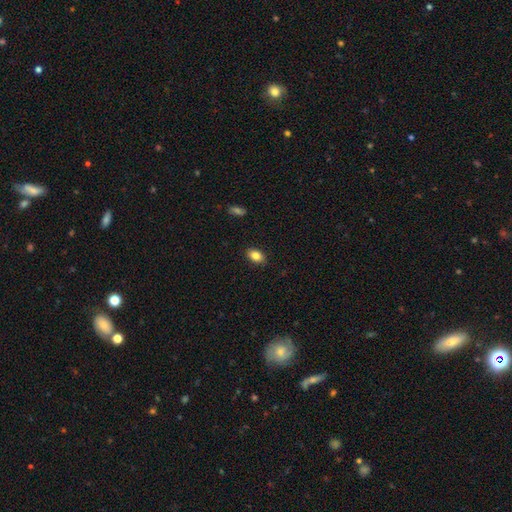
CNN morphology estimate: Smooth or featured?
  - smooth: 84% *
  - star or artifact: 8%
  - featured or disk: 8%
How rounded?
  - in between: 86% *
  - round: 12%
  - cigar-shaped: 2%
Merging?
  - none: 88% *
  - minor disturbance: 9%
  - major disturbance: 2%
  - merger: 1%